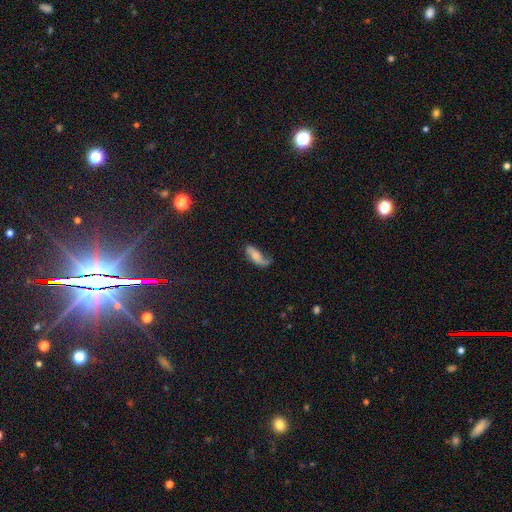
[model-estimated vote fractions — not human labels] smooth 53%, featured or disk 39%, star or artifact 9%. Down the decision tree: how rounded — in between (71%); merging — none (38%).